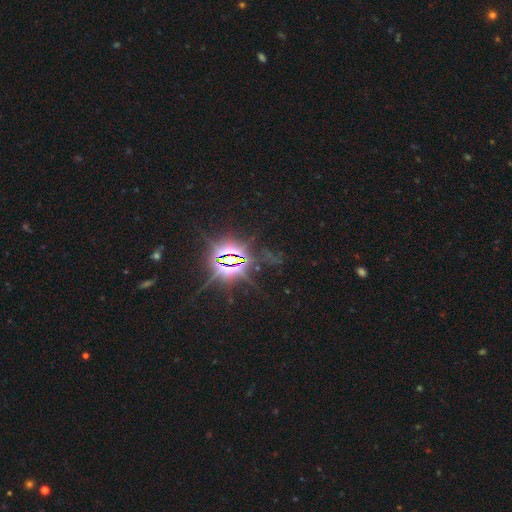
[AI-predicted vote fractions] smooth-or-featured: star or artifact: 87% | smooth: 8% | featured or disk: 6%